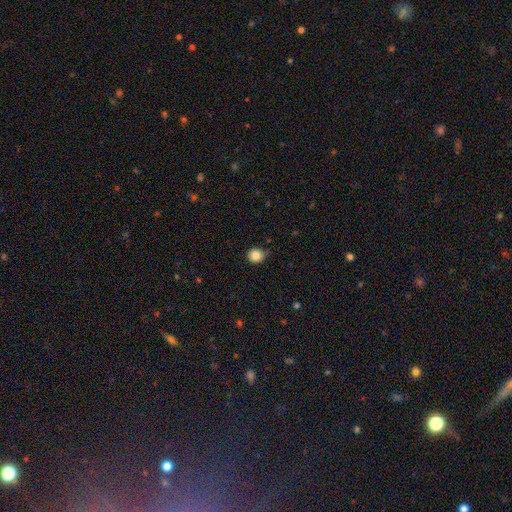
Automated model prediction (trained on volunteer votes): Smooth or featured? smooth (84%)
How rounded? round (83%)
Merging? none (80%)